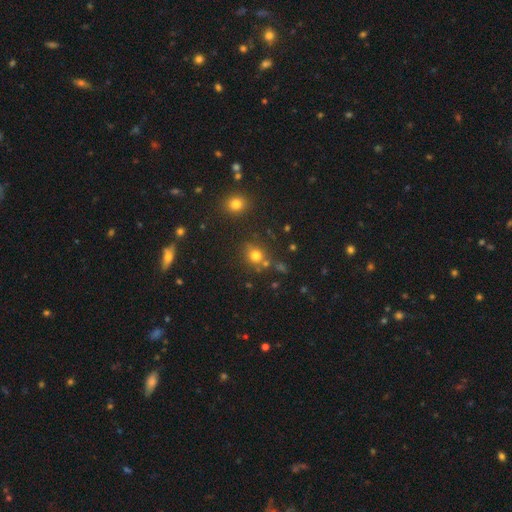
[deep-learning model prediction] smooth_or_featured: smooth (p=0.75) [alt: star or artifact p=0.17]
how_rounded: round (p=0.78) [alt: in between p=0.21]
merging: none (p=0.71) [alt: merger p=0.13]